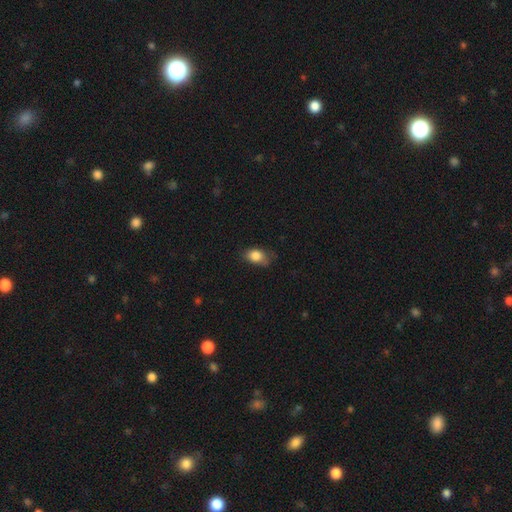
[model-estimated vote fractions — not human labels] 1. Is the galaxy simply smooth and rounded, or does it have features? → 83% smooth, 9% star or artifact, 8% featured or disk.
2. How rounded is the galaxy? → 80% in between, 19% round, 2% cigar-shaped.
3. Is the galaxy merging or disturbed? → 56% none, 33% minor disturbance, 9% major disturbance, 2% merger.